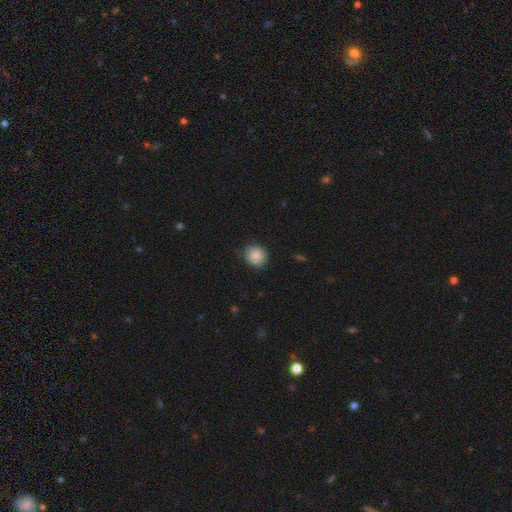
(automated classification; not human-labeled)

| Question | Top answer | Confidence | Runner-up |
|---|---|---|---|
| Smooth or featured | smooth | 87% | star or artifact (8%) |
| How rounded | round | 81% | in between (18%) |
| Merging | none | 82% | minor disturbance (14%) |